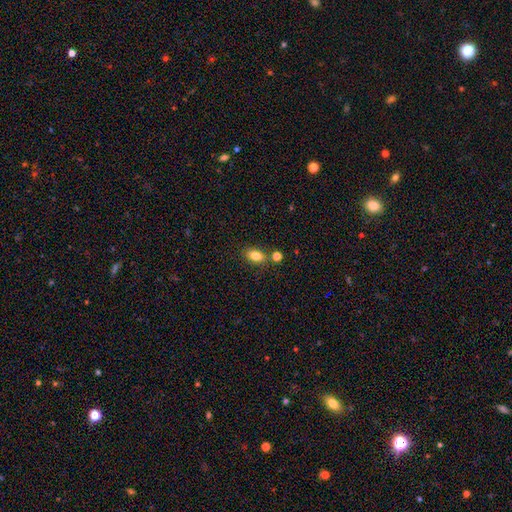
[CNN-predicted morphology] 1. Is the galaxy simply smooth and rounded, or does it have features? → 81% smooth, 9% featured or disk, 9% star or artifact.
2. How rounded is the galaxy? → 86% in between, 10% round, 4% cigar-shaped.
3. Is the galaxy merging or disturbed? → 73% none, 13% merger, 11% minor disturbance, 3% major disturbance.